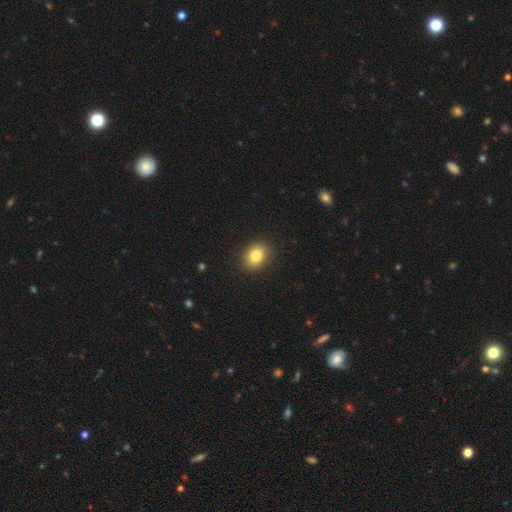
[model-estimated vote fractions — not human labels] smooth_or_featured: smooth (p=0.82) [alt: star or artifact p=0.10]
how_rounded: in between (p=0.59) [alt: round p=0.40]
merging: none (p=0.90) [alt: minor disturbance p=0.07]